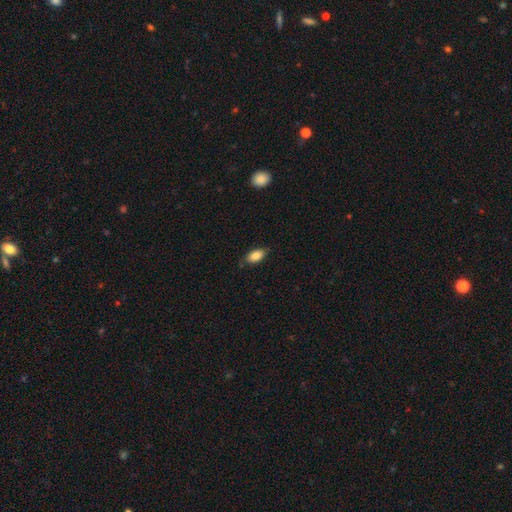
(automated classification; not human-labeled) Q: Smooth or featured?
A: smooth (86%); runner-up: star or artifact (7%)
Q: How rounded?
A: in between (92%); runner-up: cigar-shaped (4%)
Q: Merging?
A: none (78%); runner-up: minor disturbance (18%)